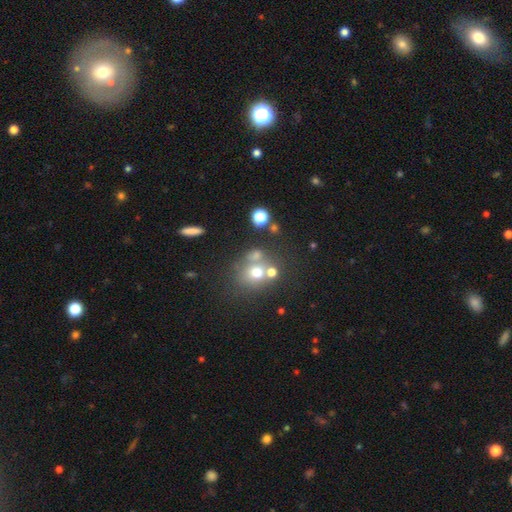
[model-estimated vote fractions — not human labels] smooth-or-featured: smooth: 62% | featured or disk: 19% | star or artifact: 19%
  how-rounded: round: 75% | in between: 24% | cigar-shaped: 1%
  merging: none: 49% | merger: 33% | minor disturbance: 11% | major disturbance: 7%